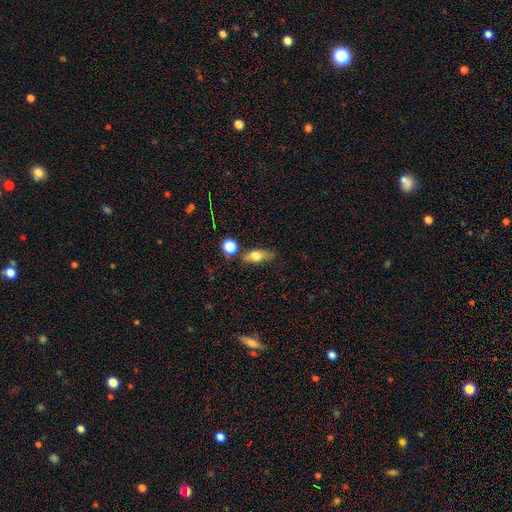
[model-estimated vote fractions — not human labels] A smooth galaxy with no disk features (70%) that is in between round and cigar-shaped (70%).

Vote fractions:
- Smooth or featured? smooth: 70% / featured or disk: 21% / star or artifact: 9%
- How rounded? in between: 70% / cigar-shaped: 20% / round: 10%
- Merging? none: 66% / minor disturbance: 19% / merger: 10% / major disturbance: 6%